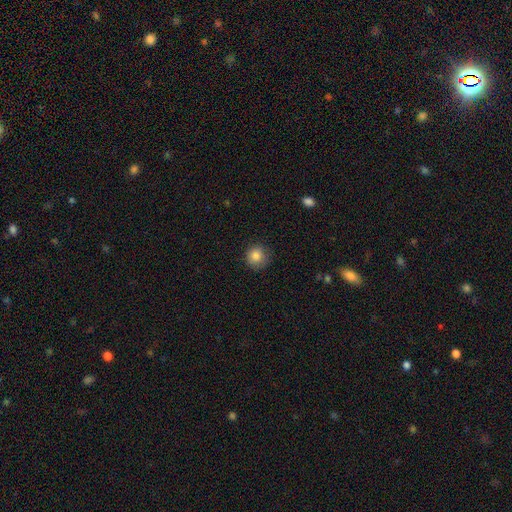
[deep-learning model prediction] The model was most divided on "merging": none: 83%, minor disturbance: 13%, major disturbance: 3%, merger: 1%. More confident: how rounded — round (93%); smooth or featured — smooth (85%).